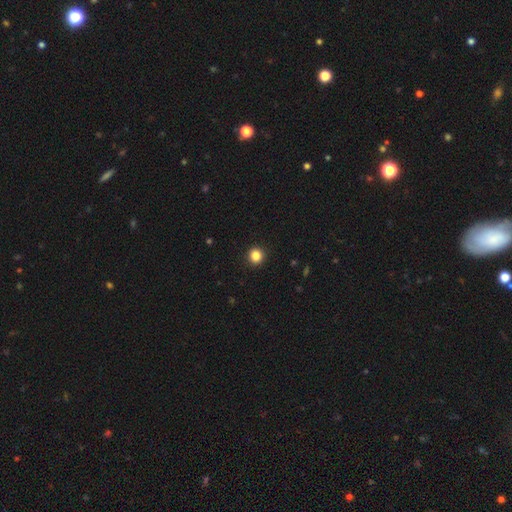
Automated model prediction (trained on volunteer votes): A smooth galaxy with no disk features (85%) that is round (93%). Merging: none (93%).